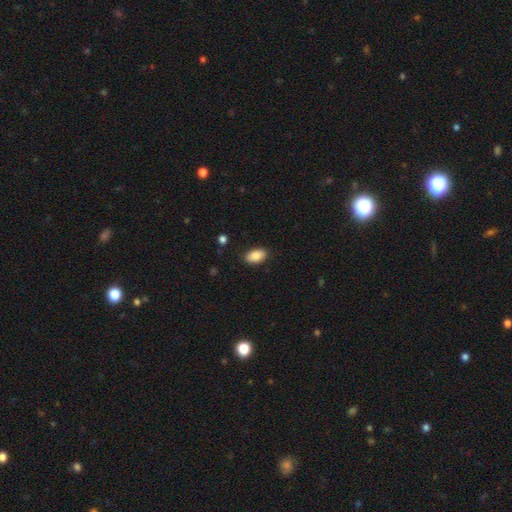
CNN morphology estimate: Q: Smooth or featured?
A: smooth (87%); runner-up: star or artifact (7%)
Q: How rounded?
A: in between (93%); runner-up: round (5%)
Q: Merging?
A: none (87%); runner-up: minor disturbance (9%)